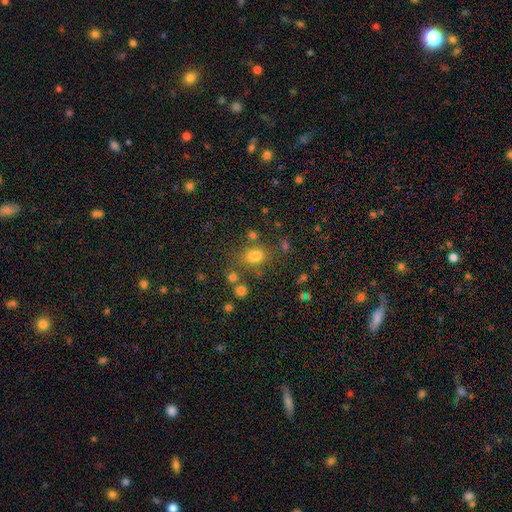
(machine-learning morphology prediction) Overall: smooth (77%). How rounded: in between (59%; round 40%). Merging: none (68%).